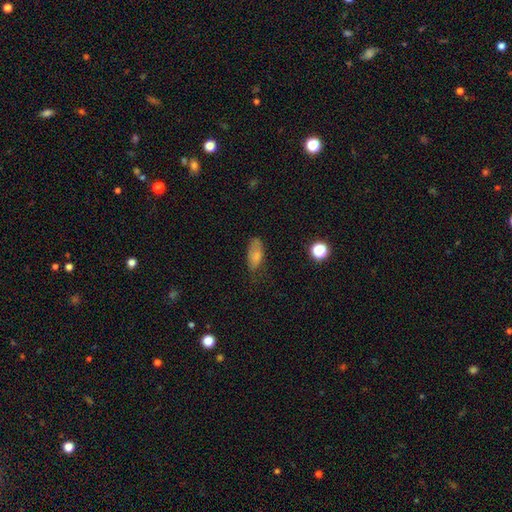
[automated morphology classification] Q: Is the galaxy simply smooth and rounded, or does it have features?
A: smooth — 77%.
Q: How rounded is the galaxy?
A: in between — 87%.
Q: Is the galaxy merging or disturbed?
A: none — 52%.